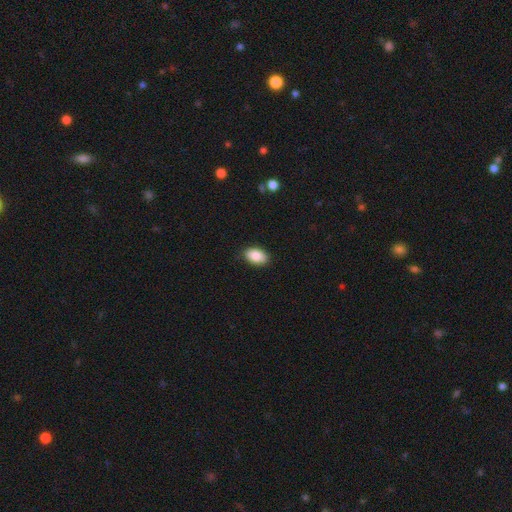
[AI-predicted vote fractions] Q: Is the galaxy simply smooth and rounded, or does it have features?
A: smooth — 88%.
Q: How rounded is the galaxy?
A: in between — 92%.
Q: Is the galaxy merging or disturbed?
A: none — 86%.